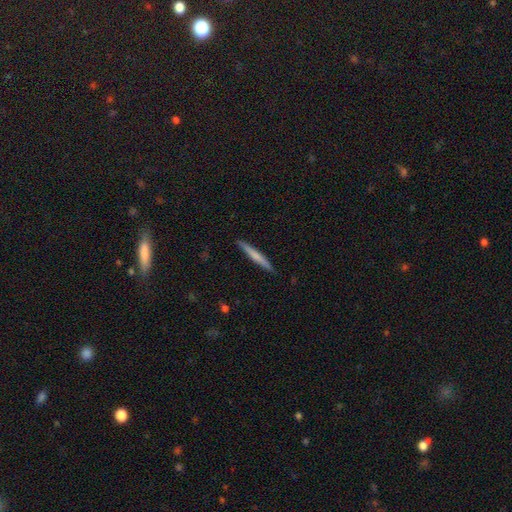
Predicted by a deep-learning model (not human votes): Morphology: type=smooth (62%); roundness=cigar-shaped (96%); merging=none (91%).